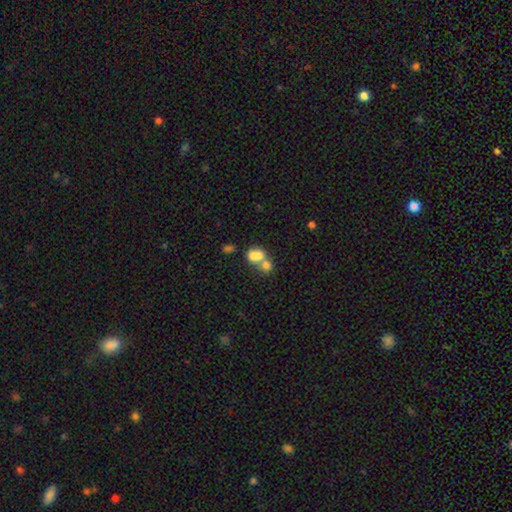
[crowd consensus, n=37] smooth 62%, featured or disk 32%, star or artifact 5%. Down the decision tree: how rounded — round (48%, tied with in between); merging — merger (66%).